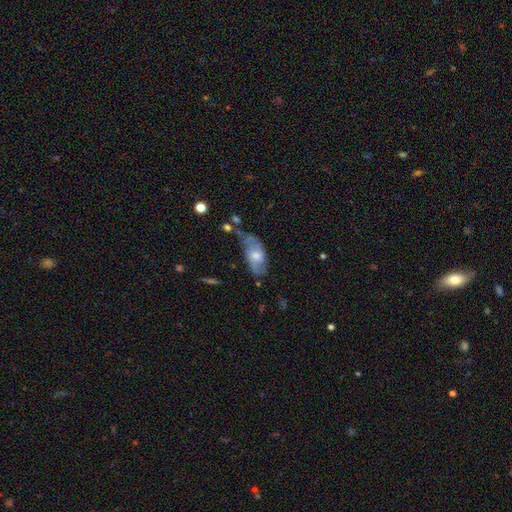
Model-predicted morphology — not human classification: Smooth or featured?
  - featured or disk: 55% *
  - smooth: 36%
  - star or artifact: 9%
Edge-on disk?
  - no: 88% *
  - yes: 12%
Merging?
  - none: 47% *
  - minor disturbance: 30%
  - major disturbance: 15%
  - merger: 7%